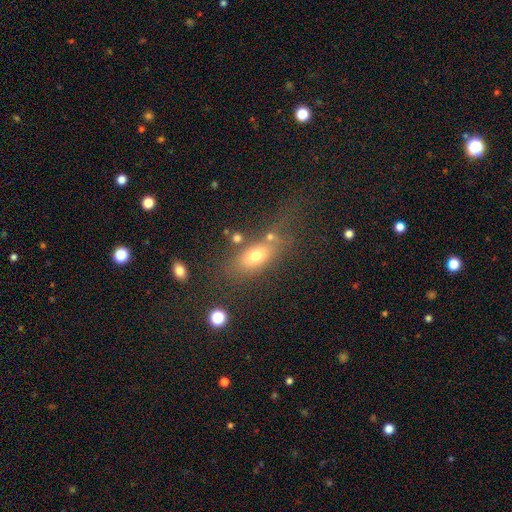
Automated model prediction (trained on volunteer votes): Smooth or featured? smooth (69%)
How rounded? in between (76%)
Merging? none (56%)